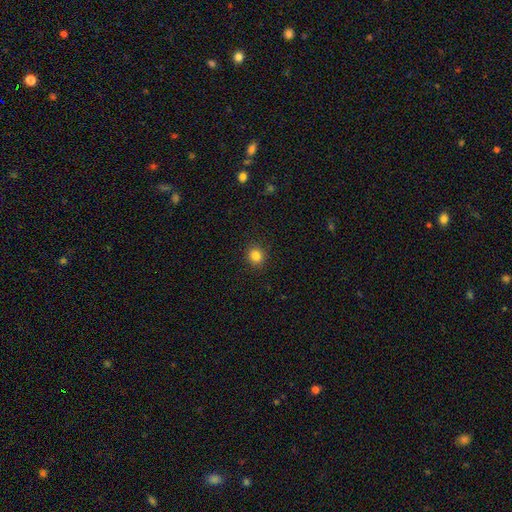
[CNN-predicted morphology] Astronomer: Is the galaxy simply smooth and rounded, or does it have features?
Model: smooth — 84%.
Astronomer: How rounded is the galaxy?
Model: round — 82%.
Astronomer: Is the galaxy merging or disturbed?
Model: none — 91%.